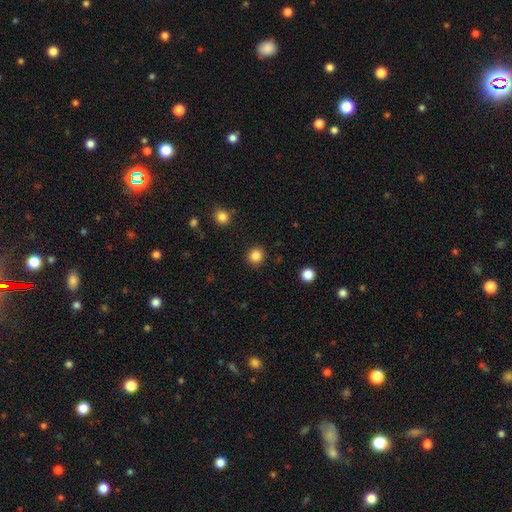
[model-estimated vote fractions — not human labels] A smooth galaxy with no disk features (86%) that is round (92%).

Vote fractions:
- Smooth or featured? smooth: 86% / star or artifact: 11% / featured or disk: 3%
- How rounded? round: 92% / in between: 7% / cigar-shaped: 1%
- Merging? none: 91% / minor disturbance: 6% / major disturbance: 2% / merger: 1%